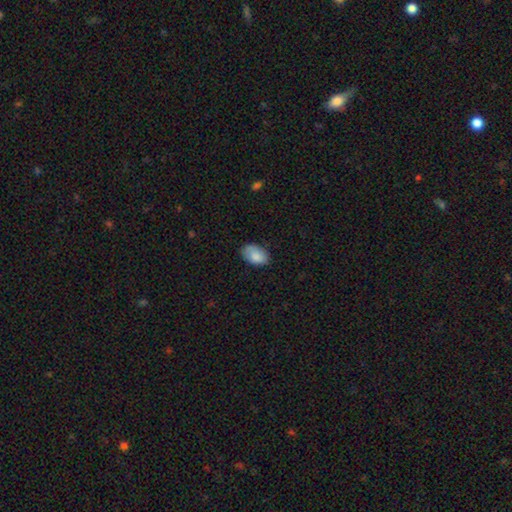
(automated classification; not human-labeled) smooth 85%, featured or disk 8%, star or artifact 7%. Down the decision tree: how rounded — in between (90%); merging — none (73%).